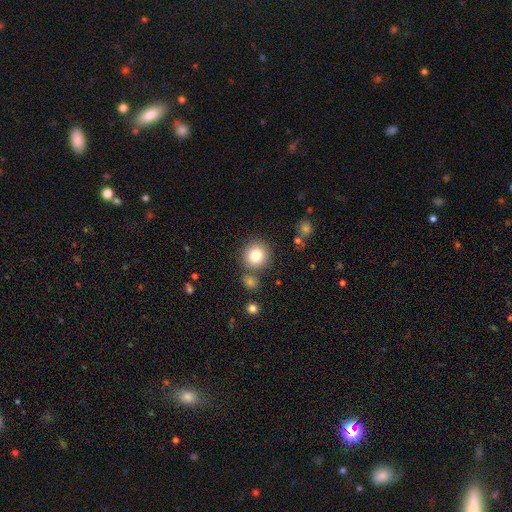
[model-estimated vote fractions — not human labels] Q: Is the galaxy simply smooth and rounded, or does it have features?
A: smooth — 81%.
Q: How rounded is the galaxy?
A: round — 92%.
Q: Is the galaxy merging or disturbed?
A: none — 78%.